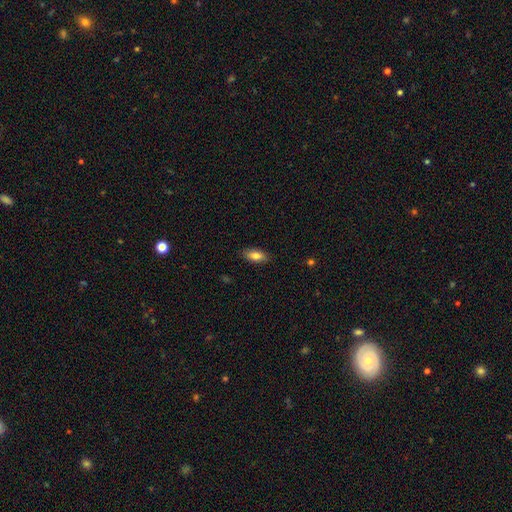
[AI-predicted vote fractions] Smooth or featured? smooth (80%)
How rounded? in between (84%)
Merging? none (87%)